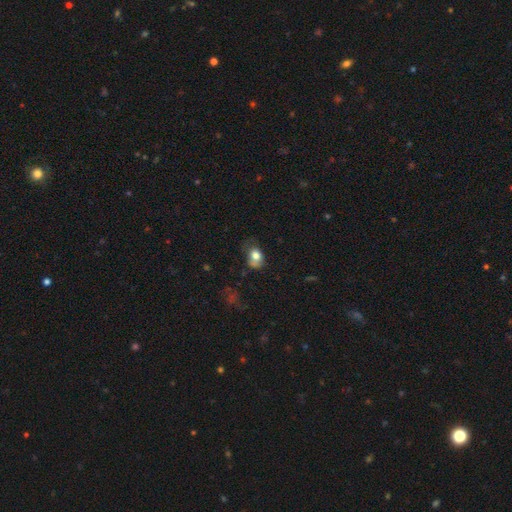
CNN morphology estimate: type=smooth (76%); roundness=in between (63%); merging=minor disturbance (37%, tied with none).